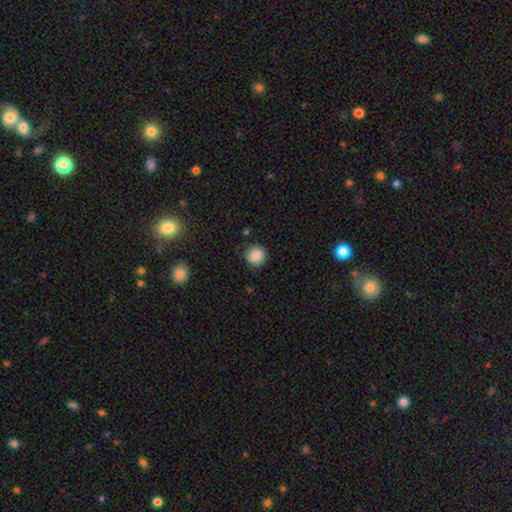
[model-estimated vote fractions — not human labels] This is clearly a smooth galaxy (88%). How rounded: clearly round (92%). Merging: clearly none (88%).